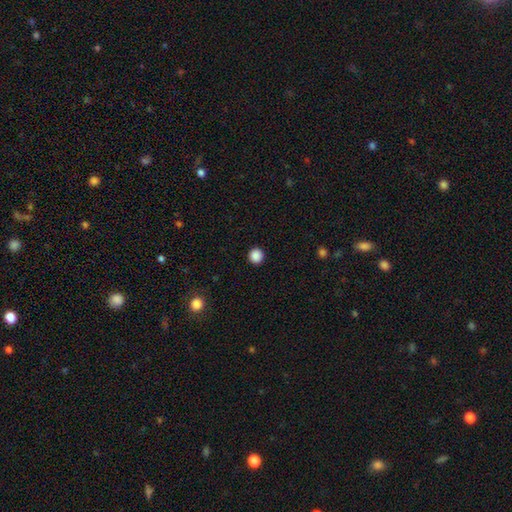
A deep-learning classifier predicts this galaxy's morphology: Smooth or featured? Predicted: smooth (p=0.88). How rounded? Predicted: round (p=0.94). Merging? Predicted: none (p=0.93).